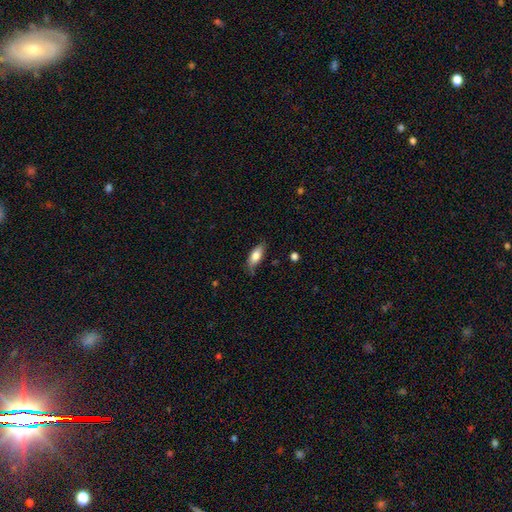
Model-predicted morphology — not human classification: smooth-or-featured: smooth: 75% | featured or disk: 18% | star or artifact: 6%
  how-rounded: in between: 77% | cigar-shaped: 21% | round: 3%
  merging: none: 71% | minor disturbance: 23% | major disturbance: 4% | merger: 2%